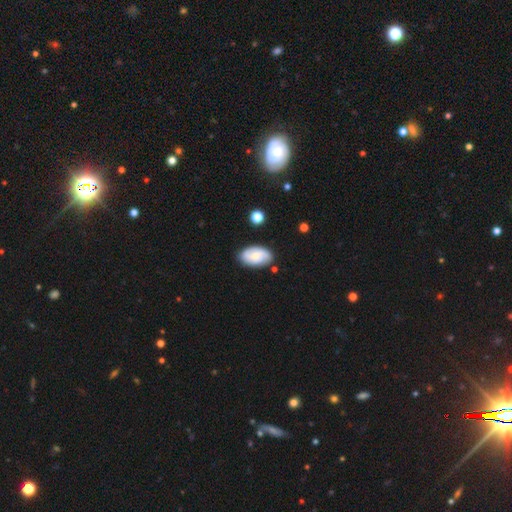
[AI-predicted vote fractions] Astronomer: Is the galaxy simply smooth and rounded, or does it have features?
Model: featured or disk — 48% (runner-up: smooth, 45%).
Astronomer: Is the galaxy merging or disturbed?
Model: none — 77%.